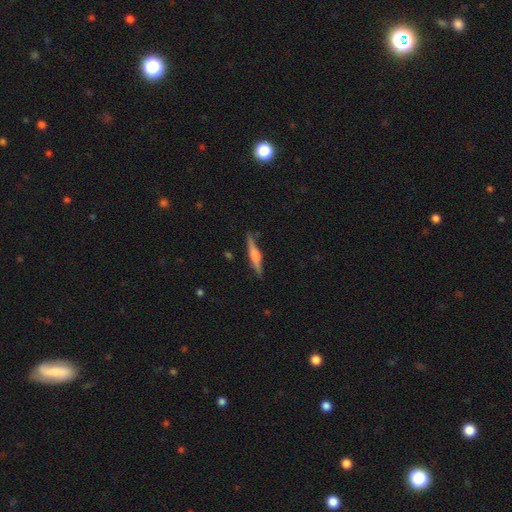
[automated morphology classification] The model was most divided on "smooth or featured": featured or disk: 68%, smooth: 26%, star or artifact: 6%. More confident: edge-on disk — yes (97%); edge-on bulge — rounded (90%); merging — none (87%).